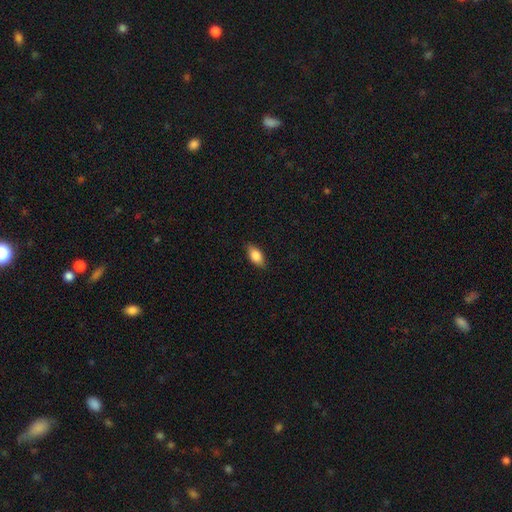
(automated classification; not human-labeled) smooth-or-featured: smooth: 81% | featured or disk: 12% | star or artifact: 7%
  how-rounded: in between: 89% | cigar-shaped: 7% | round: 5%
  merging: none: 86% | minor disturbance: 11% | major disturbance: 2% | merger: 1%